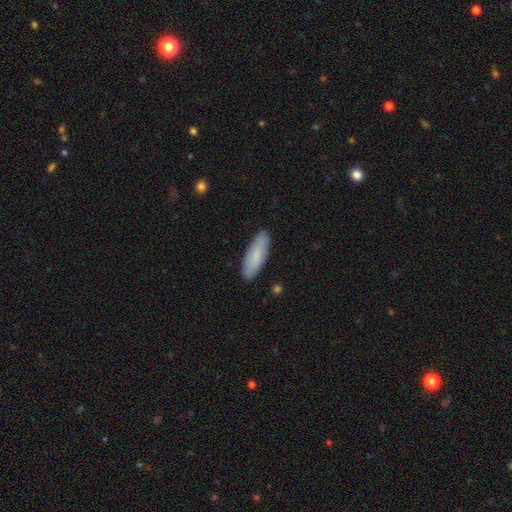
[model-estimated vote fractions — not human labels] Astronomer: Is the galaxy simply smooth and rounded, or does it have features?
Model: smooth — 77%.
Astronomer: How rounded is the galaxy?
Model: in between — 56% (runner-up: cigar-shaped, 42%).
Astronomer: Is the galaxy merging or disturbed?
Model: none — 88%.